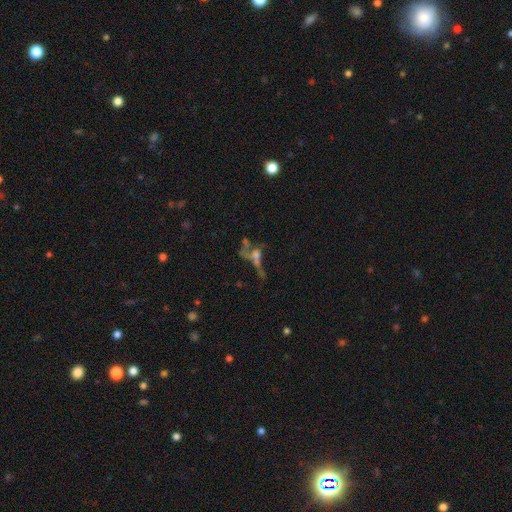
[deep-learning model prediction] A featured or disk galaxy (46%). Merging: merger (38%).